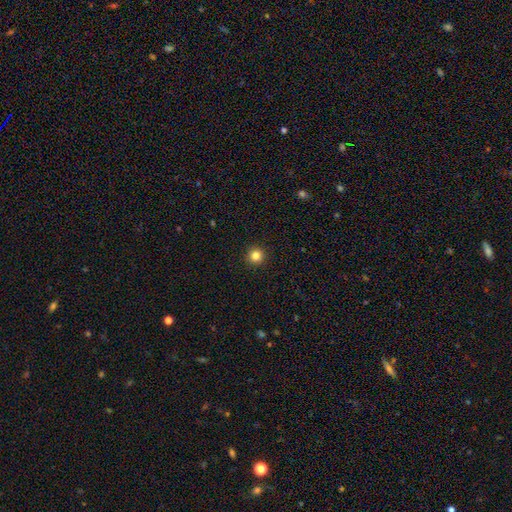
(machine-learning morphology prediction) Q: Smooth or featured?
A: smooth (83%); runner-up: star or artifact (12%)
Q: How rounded?
A: round (96%); runner-up: in between (3%)
Q: Merging?
A: none (94%); runner-up: minor disturbance (4%)